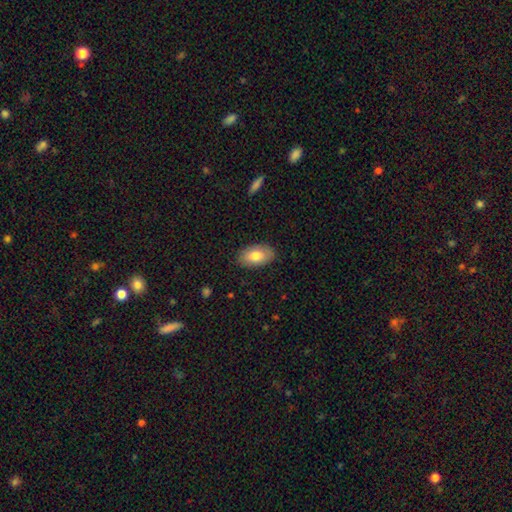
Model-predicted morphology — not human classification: Smooth or featured? smooth (79%)
How rounded? in between (94%)
Merging? none (85%)